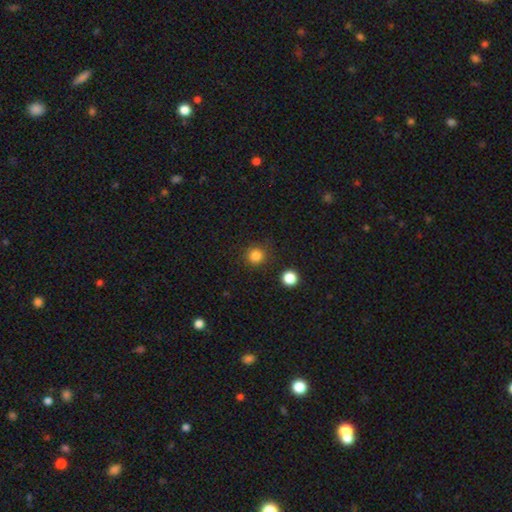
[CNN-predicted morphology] This appears to be a smooth galaxy with no disk features (83%) that is round (94%). Merging: none (87%).